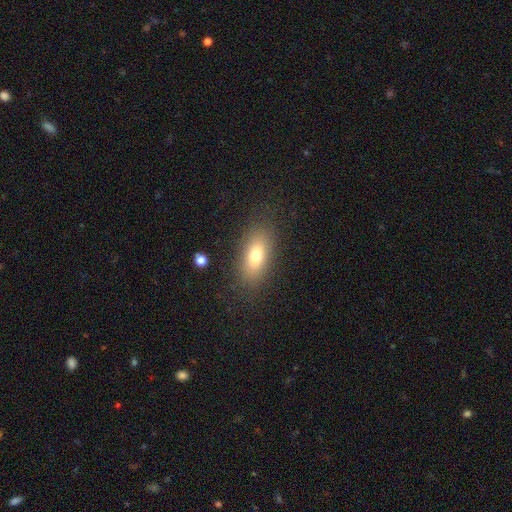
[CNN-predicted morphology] A smooth galaxy with no disk features (72%) that is in between round and cigar-shaped (81%). Merging: none (83%).